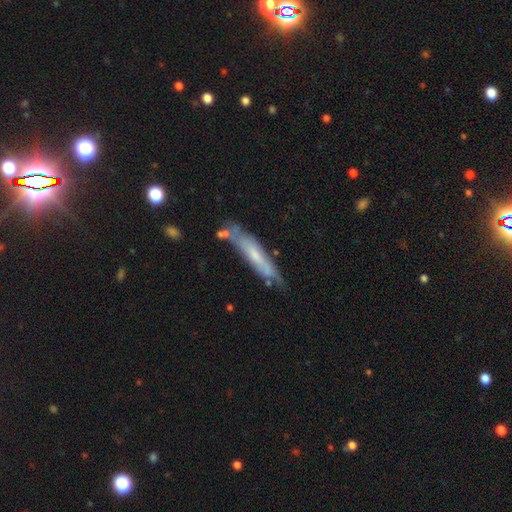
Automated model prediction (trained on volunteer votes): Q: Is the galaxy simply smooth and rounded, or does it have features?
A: featured or disk — 49%.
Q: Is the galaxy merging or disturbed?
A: none — 59%.